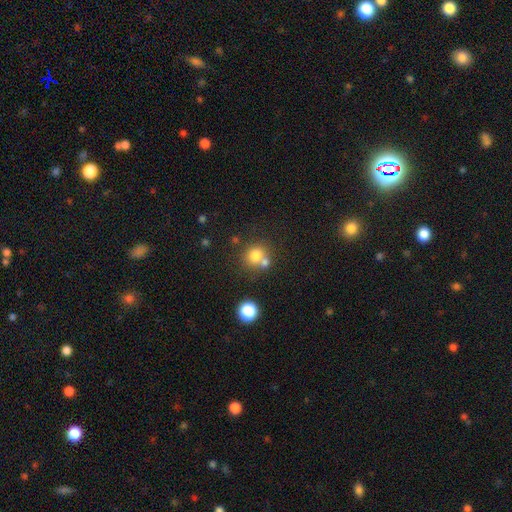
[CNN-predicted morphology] Smooth or featured? Predicted: smooth (p=0.77). How rounded? Predicted: round (p=0.84). Merging? Predicted: none (p=0.54).